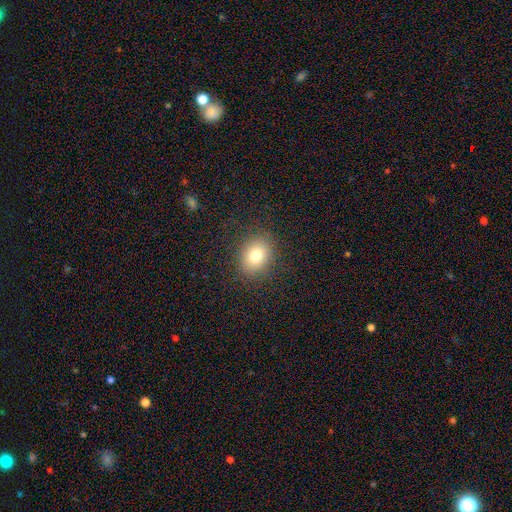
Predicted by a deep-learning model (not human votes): Q: Smooth or featured?
A: smooth (77%); runner-up: star or artifact (12%)
Q: How rounded?
A: round (52%); runner-up: in between (47%)
Q: Merging?
A: none (87%); runner-up: minor disturbance (8%)